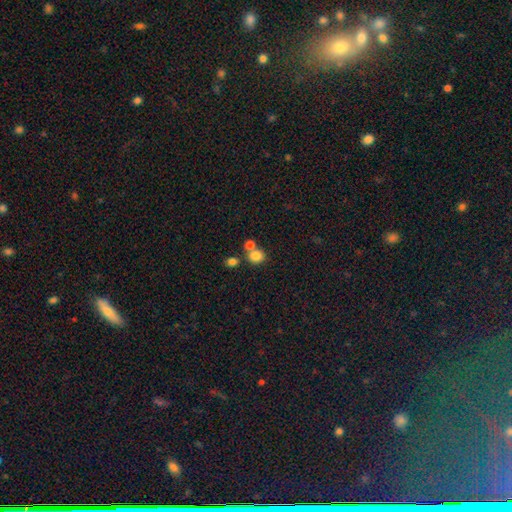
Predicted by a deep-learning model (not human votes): A smooth galaxy with no disk features (82%) that is round (74%). Merging: none (57%).